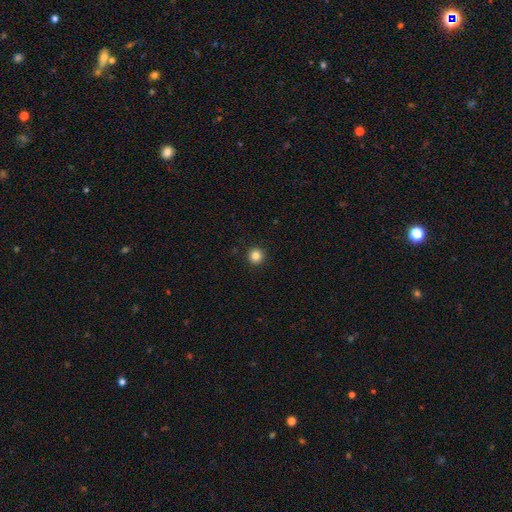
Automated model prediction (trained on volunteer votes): smooth-or-featured: smooth: 85% | star or artifact: 11% | featured or disk: 4%
  how-rounded: round: 95% | in between: 4% | cigar-shaped: 1%
  merging: none: 93% | minor disturbance: 4% | major disturbance: 2% | merger: 1%